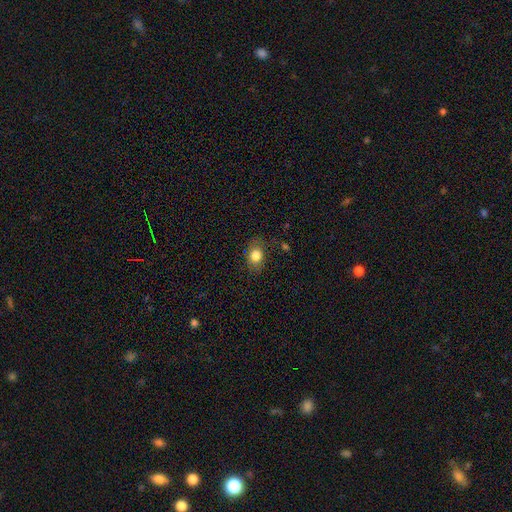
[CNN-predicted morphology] A smooth galaxy with no disk features (81%) that is in between round and cigar-shaped (56%).

Vote fractions:
- Smooth or featured? smooth: 81% / star or artifact: 10% / featured or disk: 9%
- How rounded? in between: 56% / round: 42% / cigar-shaped: 1%
- Merging? none: 77% / minor disturbance: 17% / major disturbance: 5% / merger: 2%